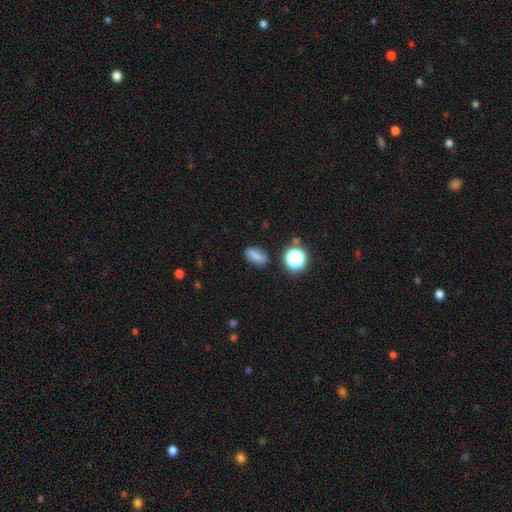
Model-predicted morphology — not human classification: Smooth or featured: smooth — 73% (star or artifact — 15%)
How rounded: in between — 76% (round — 18%)
Merging: none — 81% (minor disturbance — 13%)